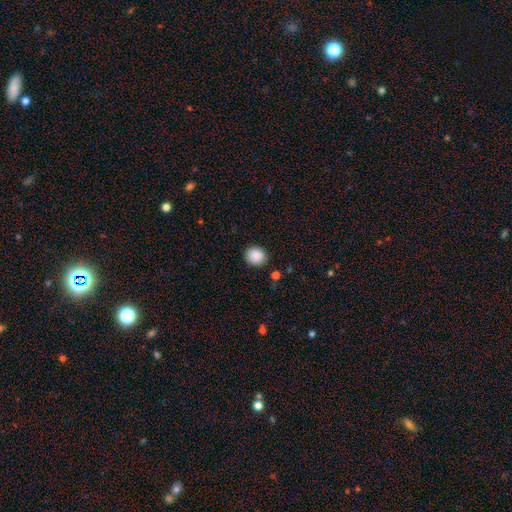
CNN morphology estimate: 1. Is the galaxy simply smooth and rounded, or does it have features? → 89% smooth, 8% star or artifact, 3% featured or disk.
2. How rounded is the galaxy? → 80% round, 19% in between, 1% cigar-shaped.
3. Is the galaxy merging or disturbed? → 89% none, 8% minor disturbance, 2% major disturbance, 1% merger.